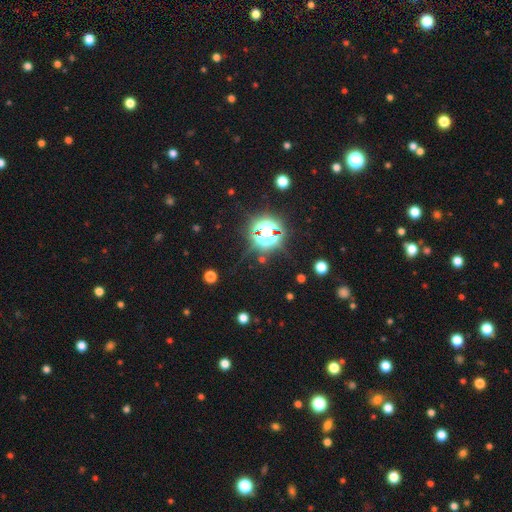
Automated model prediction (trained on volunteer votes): star or artifact 75%, smooth 19%, featured or disk 6%.